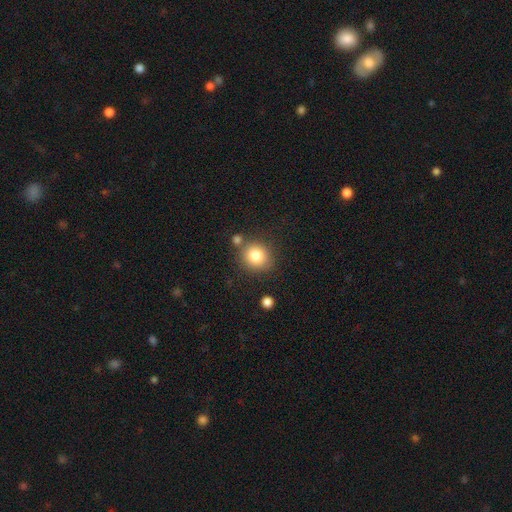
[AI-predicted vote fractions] Morphology: type=smooth (83%); roundness=round (82%); merging=none (73%).